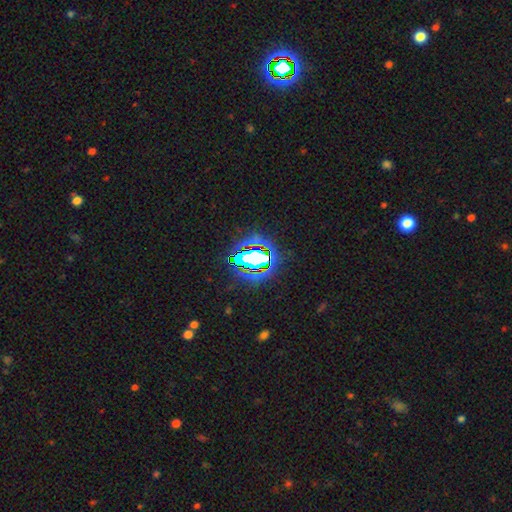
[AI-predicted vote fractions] This appears to be a star or artifact, not a galaxy (64%).